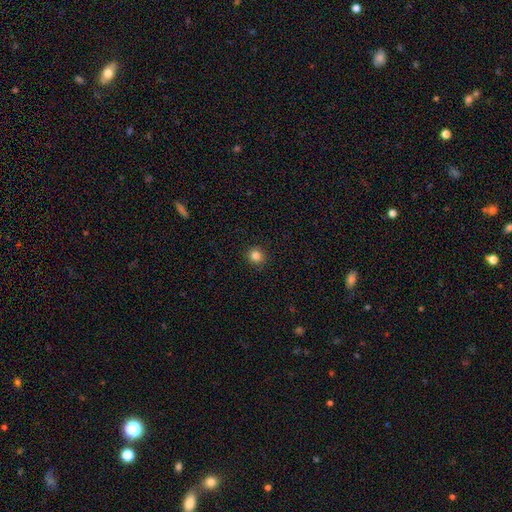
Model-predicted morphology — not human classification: Smooth or featured? smooth (84%)
How rounded? round (93%)
Merging? none (92%)